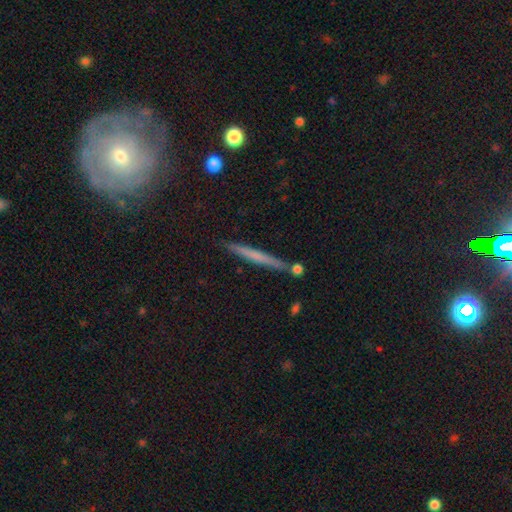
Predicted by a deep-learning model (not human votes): Smooth or featured? Predicted: smooth (p=0.50). How rounded? Predicted: cigar-shaped (p=0.96). Merging? Predicted: none (p=0.85).